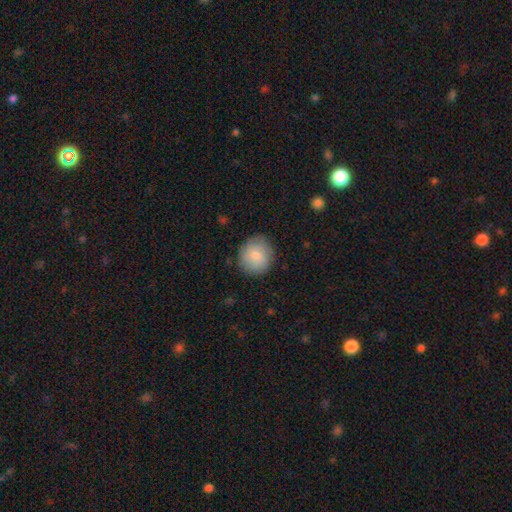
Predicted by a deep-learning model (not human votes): Smooth or featured?
  - smooth: 78% *
  - featured or disk: 15%
  - star or artifact: 7%
How rounded?
  - round: 89% *
  - in between: 10%
  - cigar-shaped: 1%
Merging?
  - none: 85% *
  - minor disturbance: 11%
  - major disturbance: 3%
  - merger: 1%